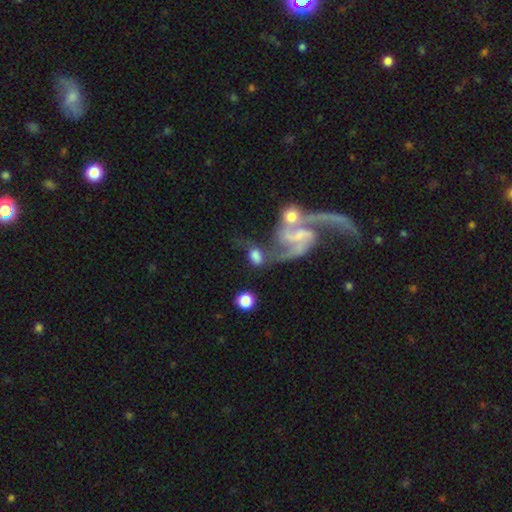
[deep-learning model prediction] Smooth or featured? Predicted: smooth (p=0.48). Merging? Predicted: merger (p=0.39).